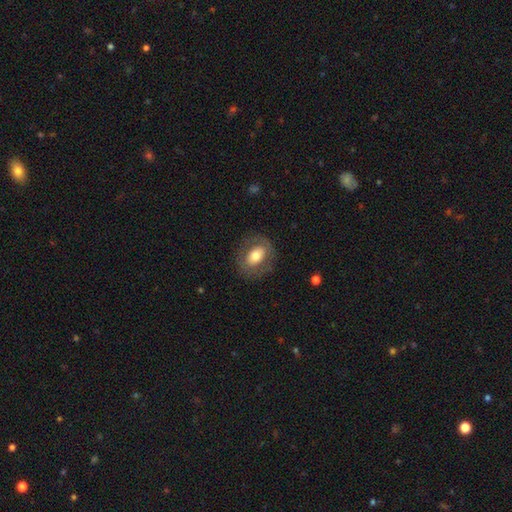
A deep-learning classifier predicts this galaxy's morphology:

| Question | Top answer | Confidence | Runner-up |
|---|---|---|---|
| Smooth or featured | smooth | 61% | featured or disk (32%) |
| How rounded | in between | 62% | round (36%) |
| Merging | none | 79% | minor disturbance (13%) |